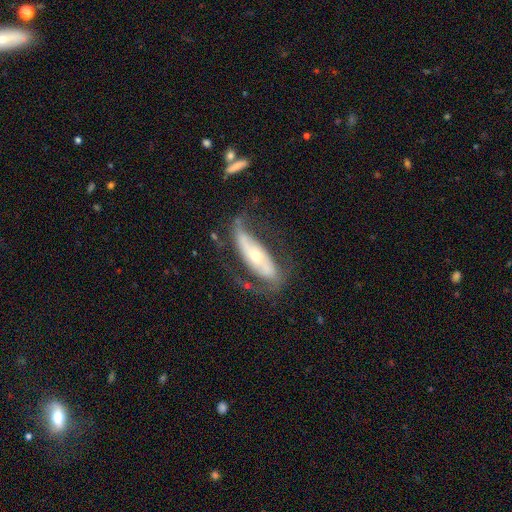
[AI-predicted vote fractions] This appears to be a featured or disk galaxy (79%) with no bar (42%), 2 (83%) loose (47%) spiral arms (85%) and a small central bulge (47%). Merging: none (57%).